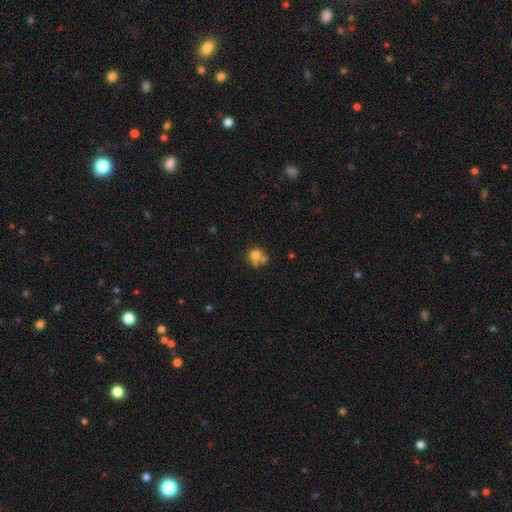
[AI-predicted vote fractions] This appears to be a smooth galaxy with no disk features (73%) that is round (80%). Merging: none (45%).